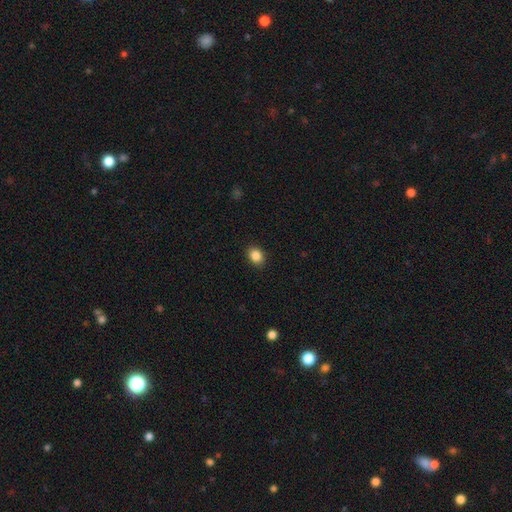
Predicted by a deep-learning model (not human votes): The model was most divided on "how rounded": in between: 54%, round: 45%, cigar-shaped: 1%. More confident: merging — none (90%); smooth or featured — smooth (86%).